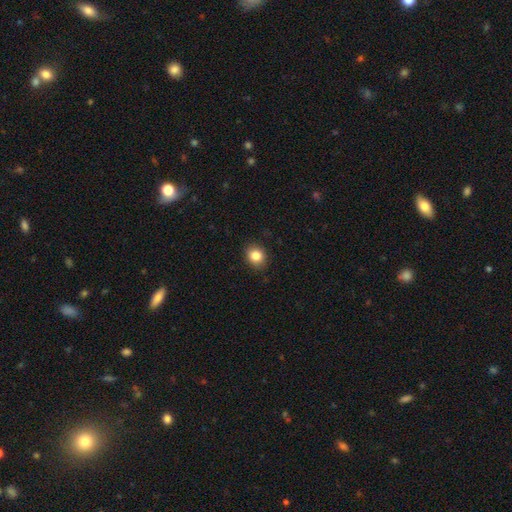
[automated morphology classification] type=smooth (84%); roundness=round (68%); merging=none (89%).